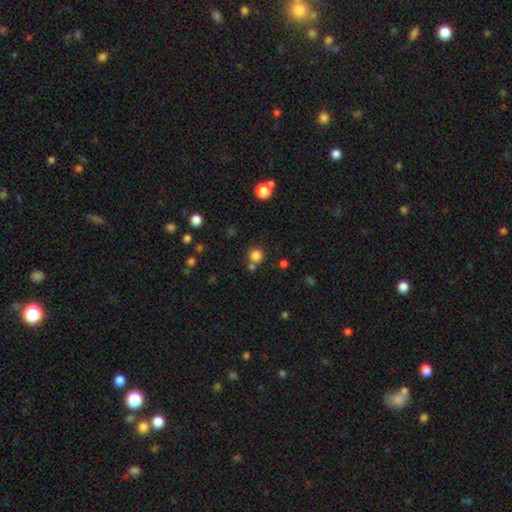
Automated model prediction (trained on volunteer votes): Smooth or featured? smooth (80%)
How rounded? round (93%)
Merging? none (71%)